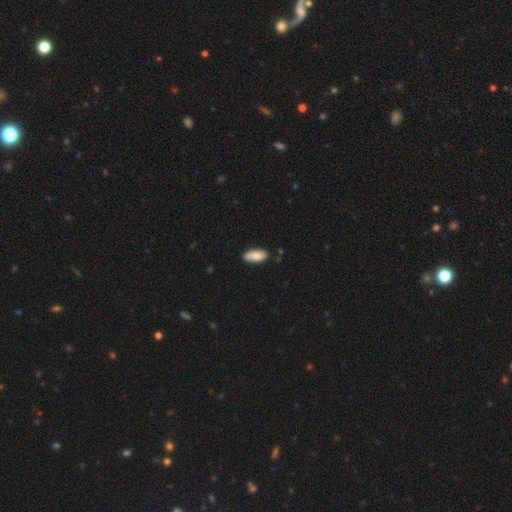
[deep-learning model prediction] This appears to be a smooth galaxy with no disk features (79%) that is in between round and cigar-shaped (87%). Merging: none (81%).